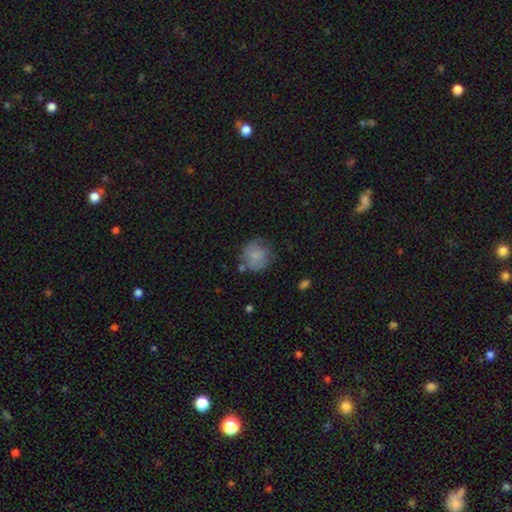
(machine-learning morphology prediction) smooth 73%, featured or disk 19%, star or artifact 9%. Down the decision tree: how rounded — round (86%); merging — none (60%).